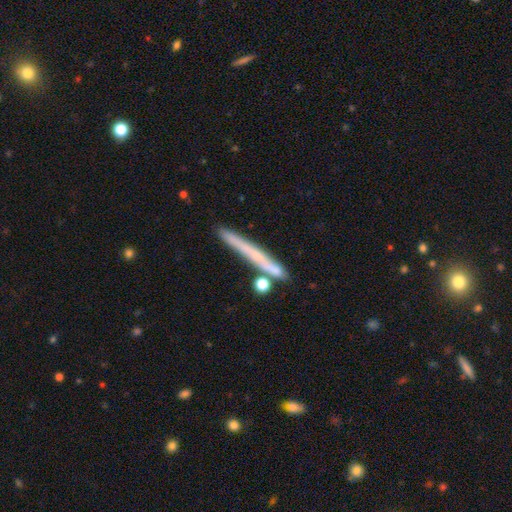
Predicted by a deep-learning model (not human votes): A smooth galaxy with no disk features (49%). Merging: none (78%).